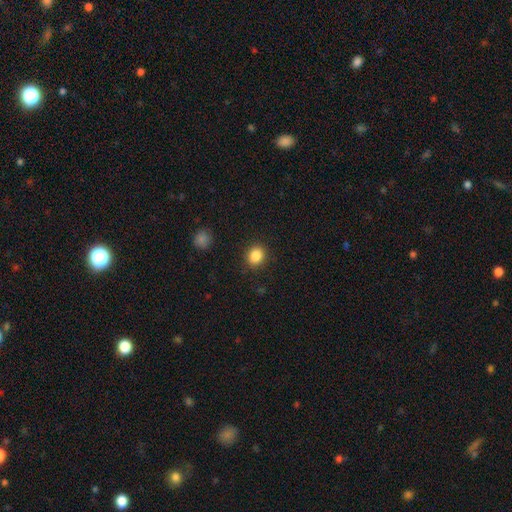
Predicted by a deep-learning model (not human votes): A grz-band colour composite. It shows a smooth galaxy with no disk features (86%) that is round (69%). Merging: none (89%).